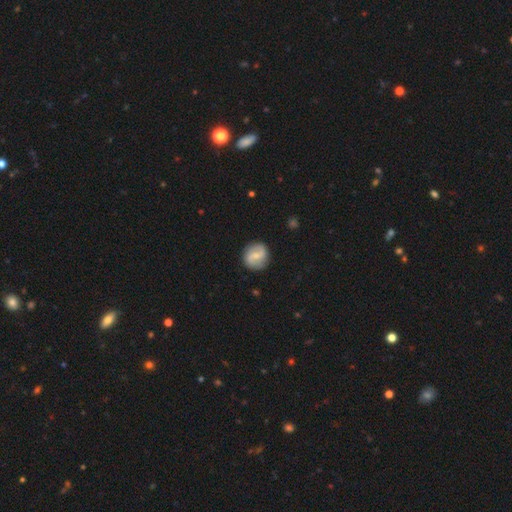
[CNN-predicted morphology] Smooth or featured?
  - featured or disk: 61% *
  - smooth: 33%
  - star or artifact: 6%
Edge-on disk?
  - no: 97% *
  - yes: 3%
Bar?
  - weak: 52% *
  - strong: 28%
  - no: 20%
Spiral arms?
  - yes: 85% *
  - no: 15%
Spiral winding?
  - loose: 42% *
  - medium: 39%
  - tight: 19%
Spiral arm count?
  - 2: 89% *
  - can't tell: 6%
  - 1: 2%
  - 3: 1%
  - 4: 1%
  - more than 4: 1%
Bulge size?
  - small: 53% *
  - moderate: 30%
  - none: 14%
  - large: 2%
  - dominant: 1%
Merging?
  - none: 86% *
  - minor disturbance: 10%
  - major disturbance: 3%
  - merger: 1%